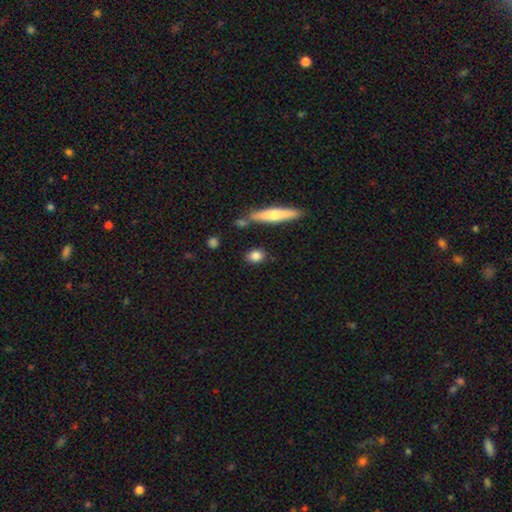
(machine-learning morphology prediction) This is clearly a smooth galaxy (82%). How rounded: possibly in between (52%). Merging: clearly none (81%).